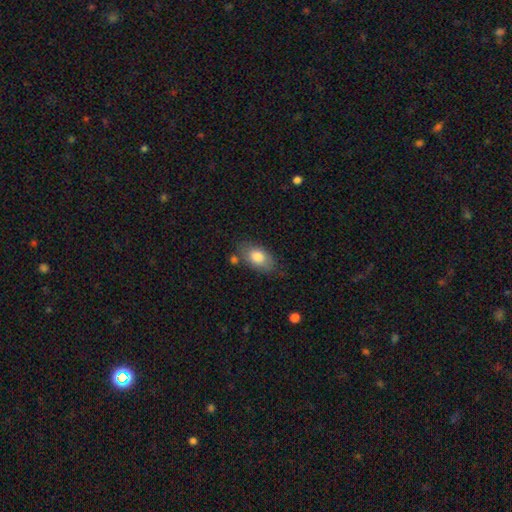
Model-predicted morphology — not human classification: A smooth galaxy with no disk features (80%) that is in between round and cigar-shaped (90%).

Vote fractions:
- Smooth or featured? smooth: 80% / featured or disk: 13% / star or artifact: 7%
- How rounded? in between: 90% / round: 8% / cigar-shaped: 3%
- Merging? none: 68% / minor disturbance: 20% / merger: 6% / major disturbance: 5%